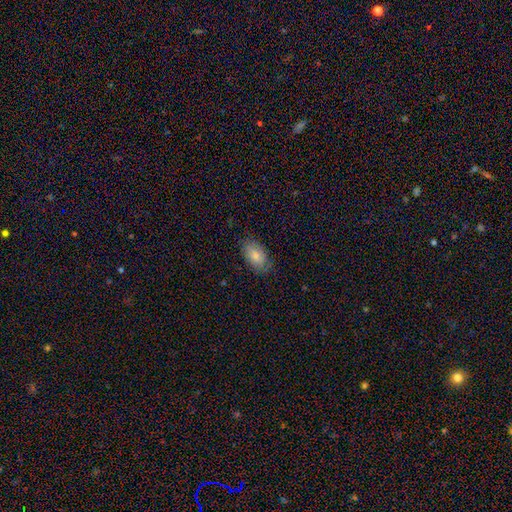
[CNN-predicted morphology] Smooth or featured: smooth — 79% (featured or disk — 15%)
How rounded: in between — 92% (round — 6%)
Merging: none — 77% (minor disturbance — 18%)